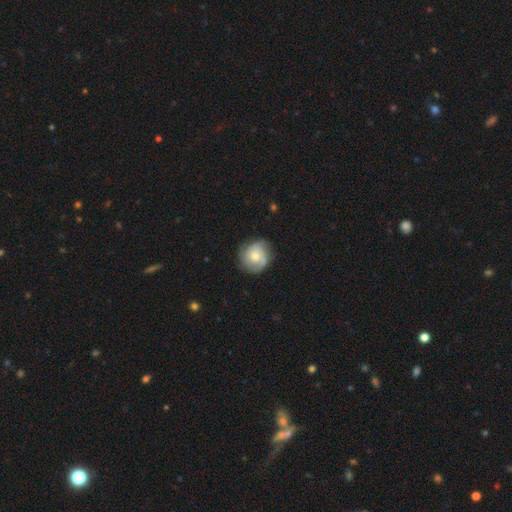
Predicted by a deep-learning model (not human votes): smooth_or_featured: featured or disk (p=0.59) [alt: smooth p=0.34]
disk_edge_on: no (p=0.97) [alt: yes p=0.03]
bar: no (p=0.77) [alt: weak p=0.20]
has_spiral_arms: yes (p=0.87) [alt: no p=0.13]
spiral_winding: tight (p=0.55) [alt: medium p=0.33]
spiral_arm_count: 2 (p=0.30) [alt: can't tell p=0.28]
bulge_size: moderate (p=0.64) [alt: small p=0.27]
merging: none (p=0.71) [alt: minor disturbance p=0.21]